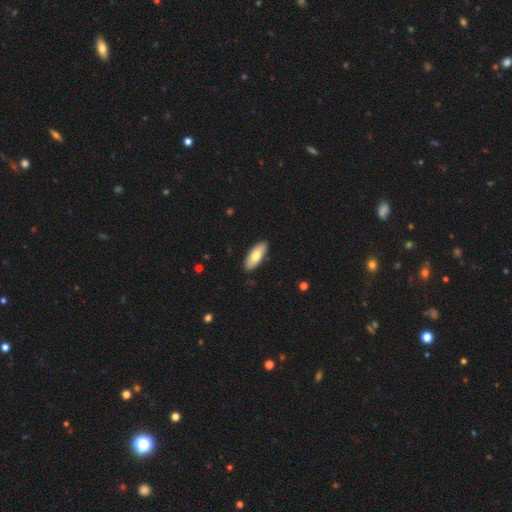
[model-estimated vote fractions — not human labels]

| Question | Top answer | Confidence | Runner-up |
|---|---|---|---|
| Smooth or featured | smooth | 77% | featured or disk (18%) |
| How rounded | in between | 78% | cigar-shaped (20%) |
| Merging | none | 89% | minor disturbance (8%) |